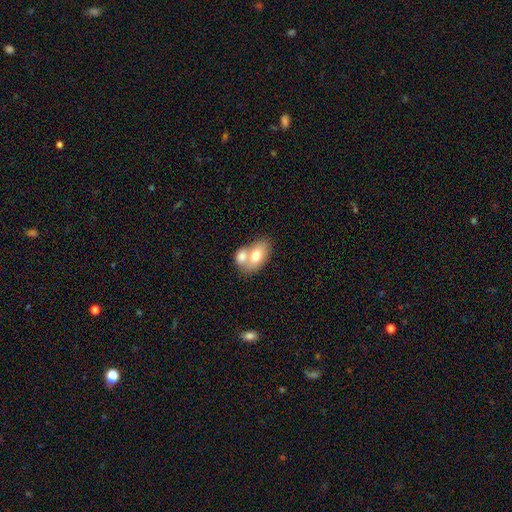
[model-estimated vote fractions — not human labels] smooth_or_featured: smooth (p=0.69) [alt: featured or disk p=0.24]
how_rounded: in between (p=0.86) [alt: round p=0.12]
merging: merger (p=0.62) [alt: none p=0.26]